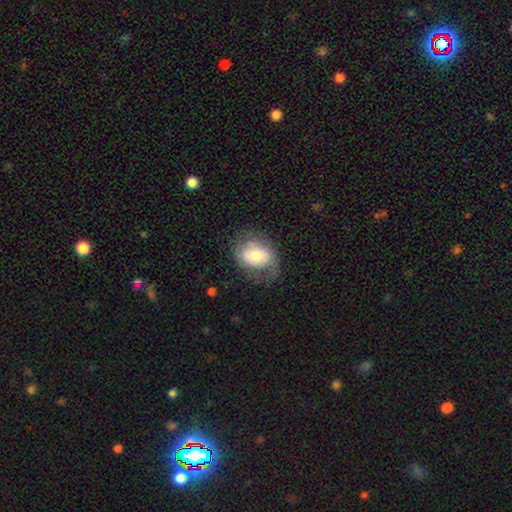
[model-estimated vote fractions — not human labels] A smooth galaxy with no disk features (56%) that is in between round and cigar-shaped (64%).

Vote fractions:
- Smooth or featured? smooth: 56% / featured or disk: 36% / star or artifact: 8%
- How rounded? in between: 64% / round: 35% / cigar-shaped: 1%
- Merging? none: 52% / minor disturbance: 28% / major disturbance: 19% / merger: 2%